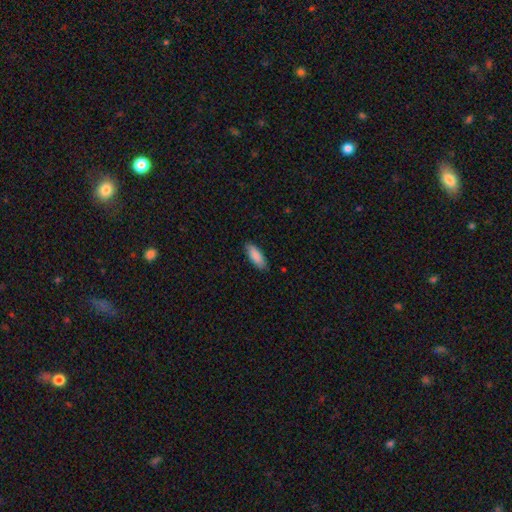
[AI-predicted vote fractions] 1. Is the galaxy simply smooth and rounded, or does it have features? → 88% smooth, 7% featured or disk, 6% star or artifact.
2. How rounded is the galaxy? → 64% in between, 34% cigar-shaped, 2% round.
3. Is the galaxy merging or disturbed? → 87% none, 10% minor disturbance, 2% major disturbance, 1% merger.